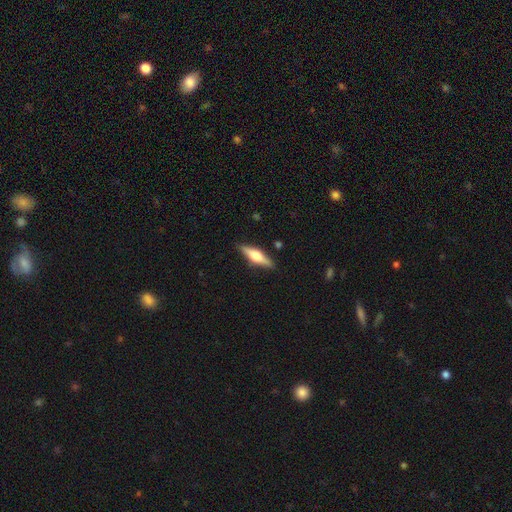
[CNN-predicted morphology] Overall: featured or disk (60%; smooth 34%). Edge-on disk: yes (96%). Edge-on bulge: rounded (91%). Merging: none (88%).